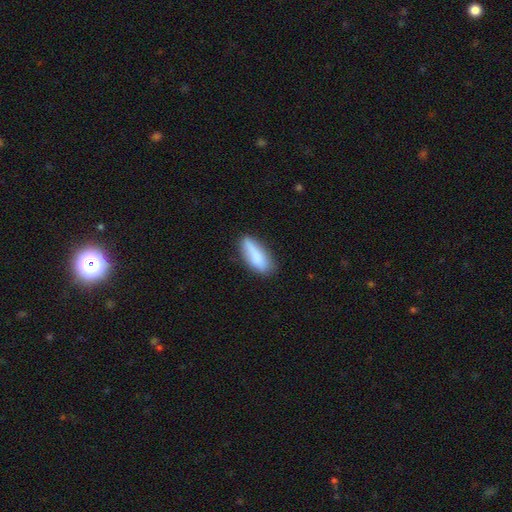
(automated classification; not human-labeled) smooth-or-featured: smooth: 81% | featured or disk: 12% | star or artifact: 7%
  how-rounded: in between: 60% | cigar-shaped: 38% | round: 2%
  merging: none: 70% | minor disturbance: 22% | major disturbance: 5% | merger: 3%